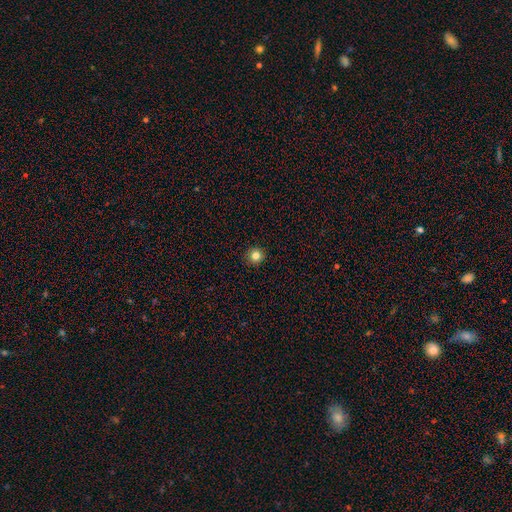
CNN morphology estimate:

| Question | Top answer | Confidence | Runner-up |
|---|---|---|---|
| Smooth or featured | smooth | 82% | star or artifact (12%) |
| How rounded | round | 94% | in between (5%) |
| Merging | none | 93% | minor disturbance (5%) |